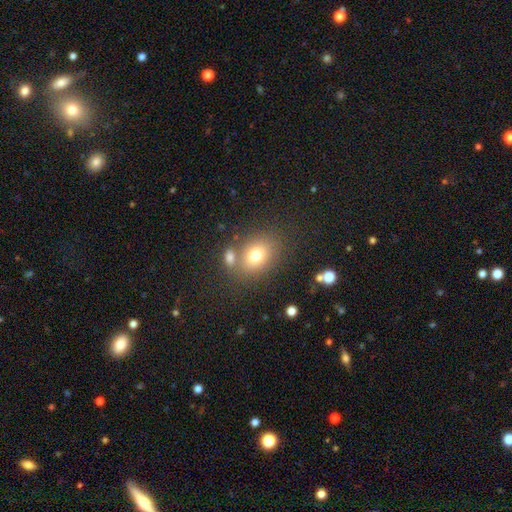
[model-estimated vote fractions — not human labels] A smooth galaxy with no disk features (74%) that is in between round and cigar-shaped (57%). Merging: none (64%).